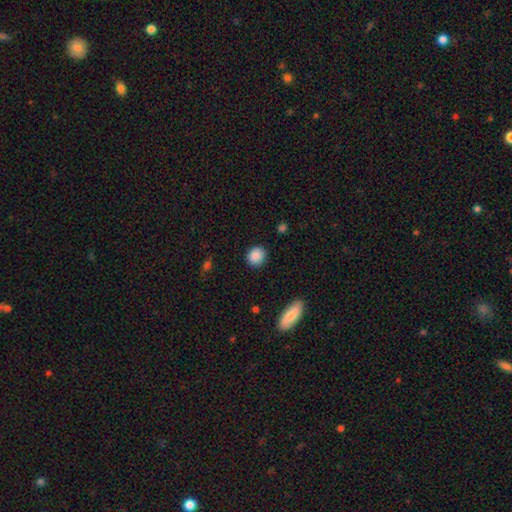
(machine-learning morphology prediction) Smooth or featured? smooth (88%)
How rounded? round (83%)
Merging? none (89%)